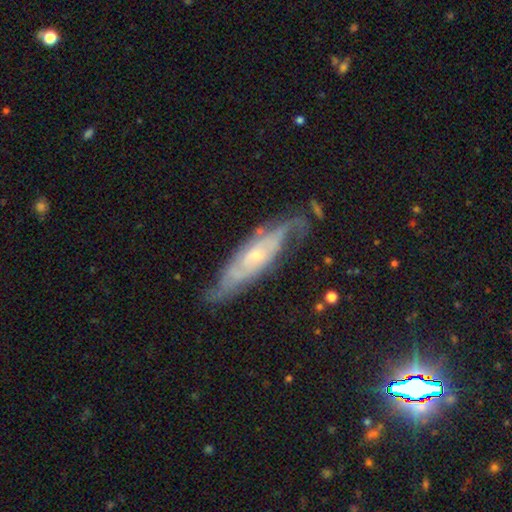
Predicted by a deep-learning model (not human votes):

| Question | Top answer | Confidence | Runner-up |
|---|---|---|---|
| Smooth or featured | featured or disk | 81% | smooth (13%) |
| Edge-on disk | no | 77% | yes (23%) |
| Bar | no | 66% | weak (27%) |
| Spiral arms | yes | 92% | no (8%) |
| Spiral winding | tight | 51% | medium (36%) |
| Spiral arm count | can't tell | 40% | 2 (38%) |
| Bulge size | small | 70% | moderate (25%) |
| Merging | none | 65% | minor disturbance (22%) |